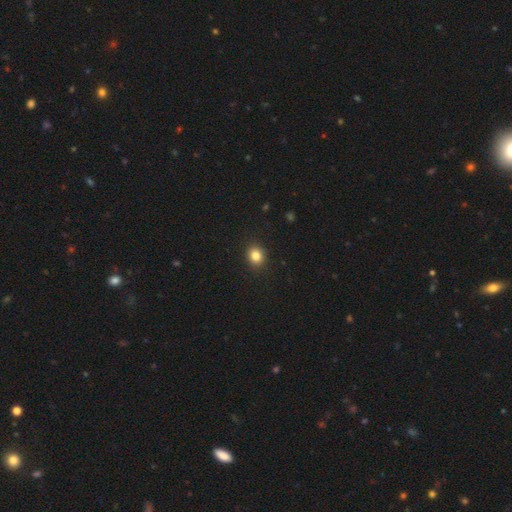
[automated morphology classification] Overall: smooth (84%). How rounded: round (67%; in between 32%). Merging: none (90%).